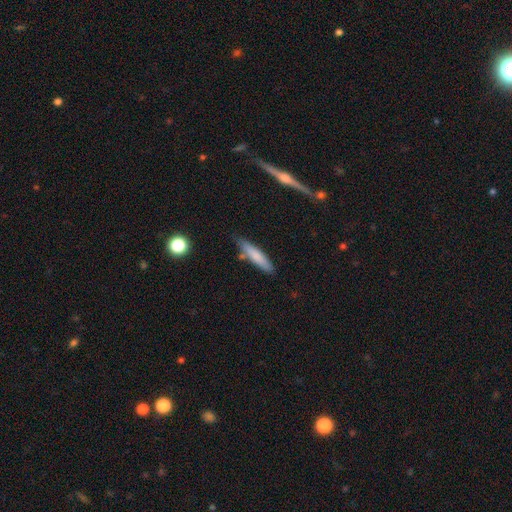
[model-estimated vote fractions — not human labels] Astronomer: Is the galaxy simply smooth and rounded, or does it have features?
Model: smooth — 75%.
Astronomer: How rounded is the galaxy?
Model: cigar-shaped — 81%.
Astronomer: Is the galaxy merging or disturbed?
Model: none — 75%.